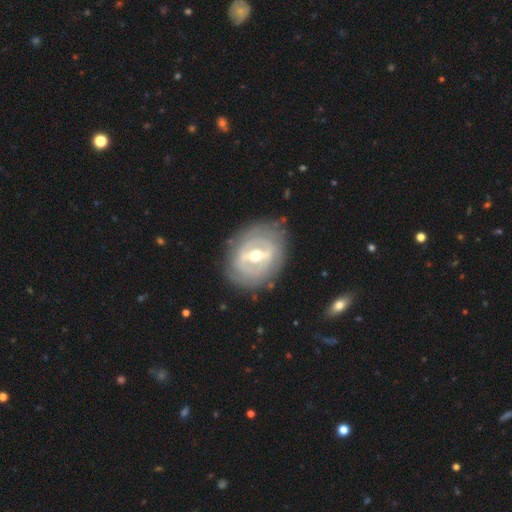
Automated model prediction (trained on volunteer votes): Morphology: type=featured or disk (82%); edge-on=no (93%); bar=strong (65%); spiral arms=yes (51%); bulge=moderate (75%); merging=none (80%).